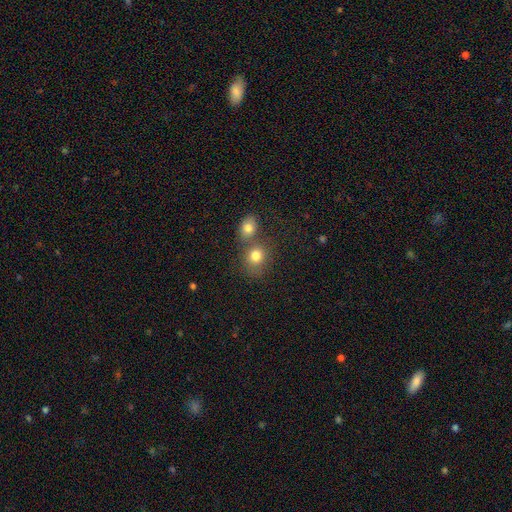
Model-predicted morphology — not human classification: A smooth galaxy with no disk features (80%) that is round (68%).

Vote fractions:
- Smooth or featured? smooth: 80% / star or artifact: 12% / featured or disk: 9%
- How rounded? round: 68% / in between: 31% / cigar-shaped: 1%
- Merging? none: 47% / merger: 39% / minor disturbance: 10% / major disturbance: 4%